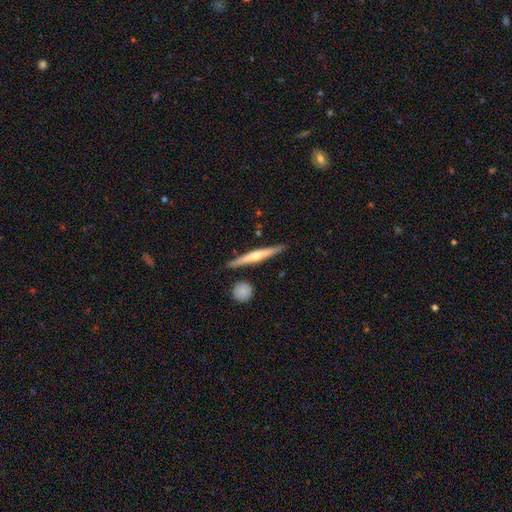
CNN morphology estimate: The model was most divided on "smooth or featured": featured or disk: 64%, smooth: 31%, star or artifact: 5%. More confident: edge-on disk — yes (97%); merging — none (87%); edge-on bulge — rounded (80%).